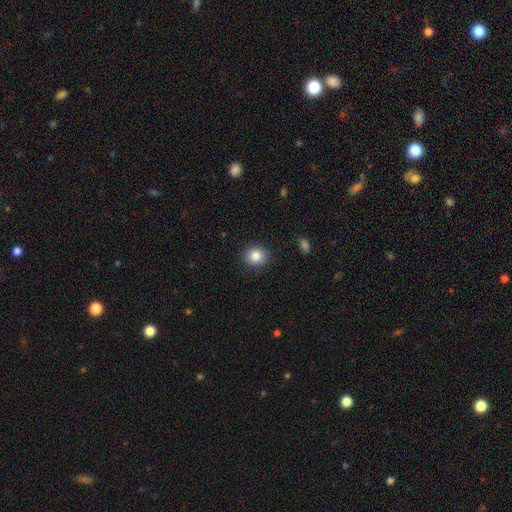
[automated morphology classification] smooth-or-featured: smooth: 84% | star or artifact: 9% | featured or disk: 7%
  how-rounded: round: 73% | in between: 26% | cigar-shaped: 1%
  merging: none: 88% | minor disturbance: 9% | major disturbance: 2% | merger: 1%